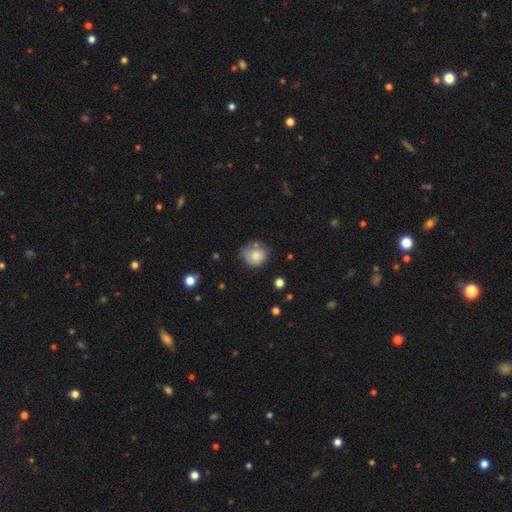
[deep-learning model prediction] This appears to be a smooth galaxy with no disk features (78%) that is round (77%). Merging: none (51%).